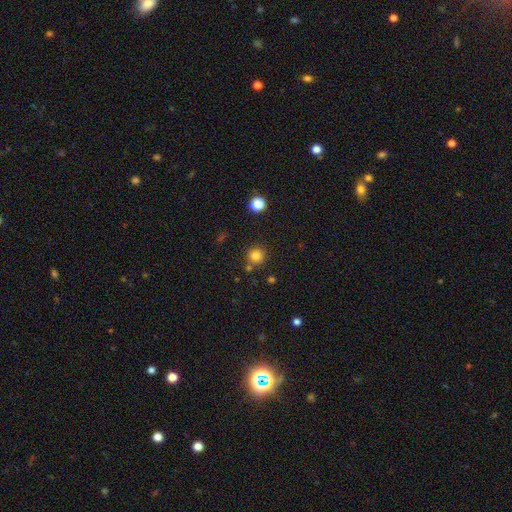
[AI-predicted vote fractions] This appears to be a smooth galaxy with no disk features (81%) that is round (92%). Merging: none (77%).